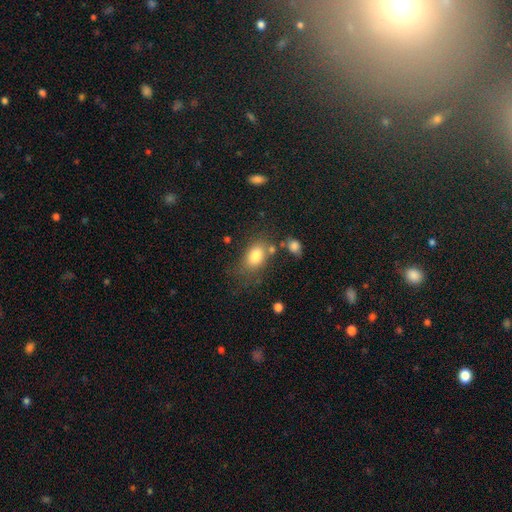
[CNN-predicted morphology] Smooth or featured?
  - smooth: 80% *
  - featured or disk: 10%
  - star or artifact: 9%
How rounded?
  - in between: 78% *
  - round: 20%
  - cigar-shaped: 1%
Merging?
  - none: 59% *
  - minor disturbance: 20%
  - merger: 11%
  - major disturbance: 10%